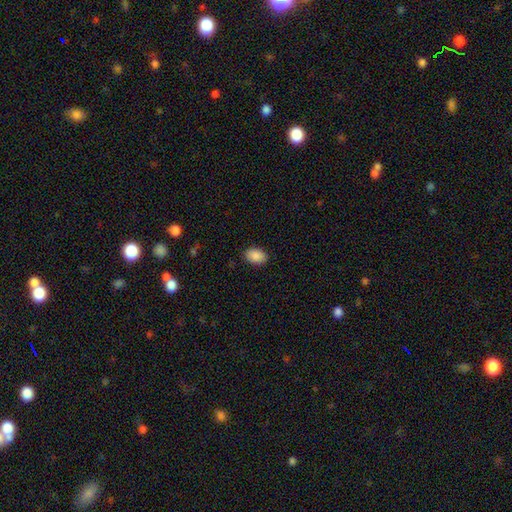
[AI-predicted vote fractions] Smooth or featured: smooth — 89% (star or artifact — 7%)
How rounded: in between — 86% (round — 13%)
Merging: none — 88% (minor disturbance — 9%)